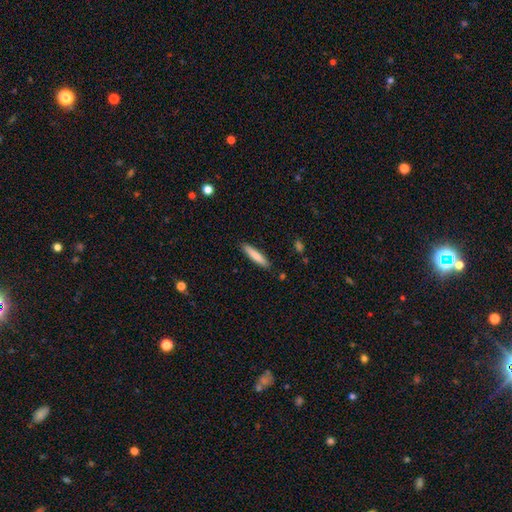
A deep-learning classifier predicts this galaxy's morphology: Smooth or featured? Predicted: smooth (p=0.80). How rounded? Predicted: cigar-shaped (p=0.87). Merging? Predicted: none (p=0.89).